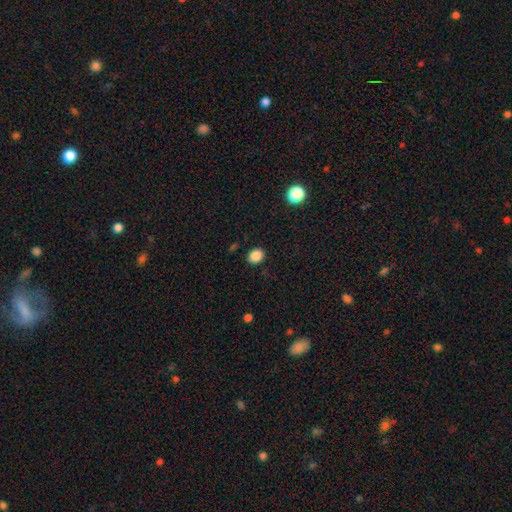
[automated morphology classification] smooth_or_featured: smooth (p=0.87) [alt: star or artifact p=0.10]
how_rounded: round (p=0.52) [alt: in between p=0.47]
merging: none (p=0.88) [alt: minor disturbance p=0.08]